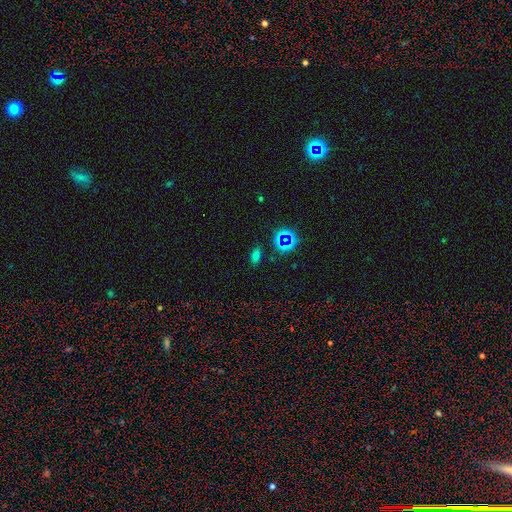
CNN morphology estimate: The model was most divided on "smooth or featured": smooth: 64%, star or artifact: 28%, featured or disk: 7%. More confident: merging — none (83%); how rounded — in between (81%).